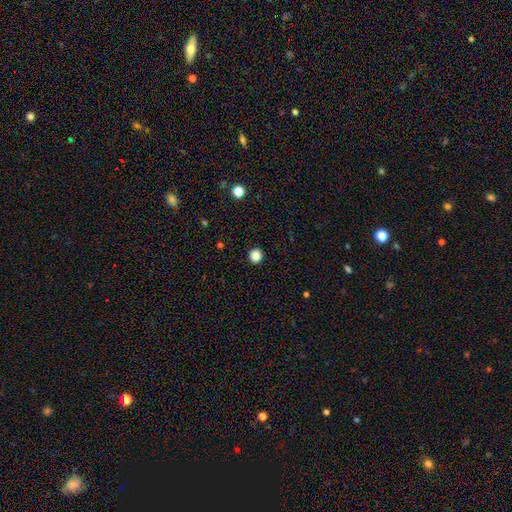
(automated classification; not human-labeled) Smooth or featured?
  - smooth: 87% *
  - star or artifact: 11%
  - featured or disk: 3%
How rounded?
  - round: 90% *
  - in between: 10%
  - cigar-shaped: 1%
Merging?
  - none: 93% *
  - minor disturbance: 5%
  - major disturbance: 2%
  - merger: 1%